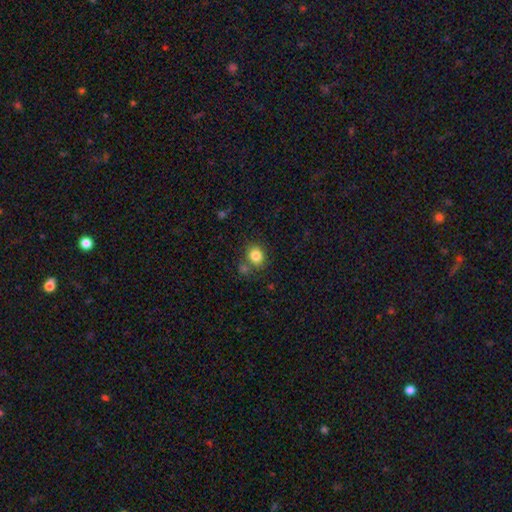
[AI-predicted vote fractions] Smooth or featured? Predicted: smooth (p=0.83). How rounded? Predicted: round (p=0.66). Merging? Predicted: none (p=0.68).